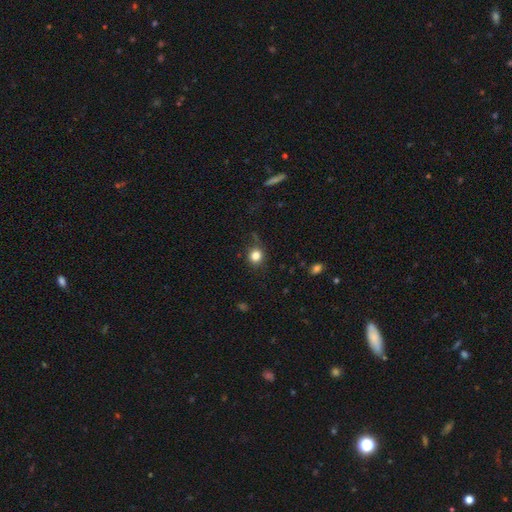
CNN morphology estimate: This is clearly a smooth galaxy (82%). How rounded: clearly round (85%). Merging: clearly none (80%).